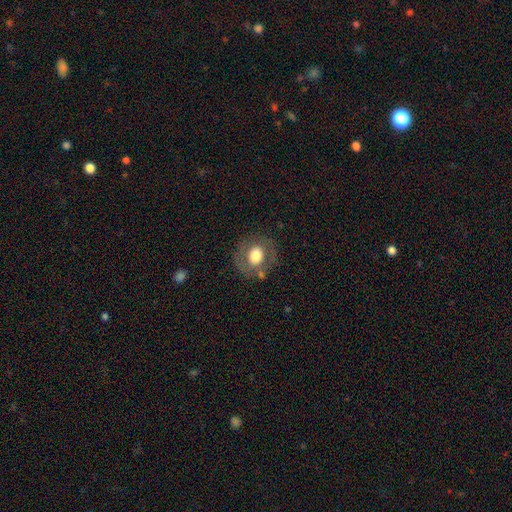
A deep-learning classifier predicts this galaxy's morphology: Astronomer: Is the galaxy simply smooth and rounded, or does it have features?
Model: smooth — 62%.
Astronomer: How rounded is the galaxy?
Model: round — 75%.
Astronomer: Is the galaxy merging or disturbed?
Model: none — 76%.